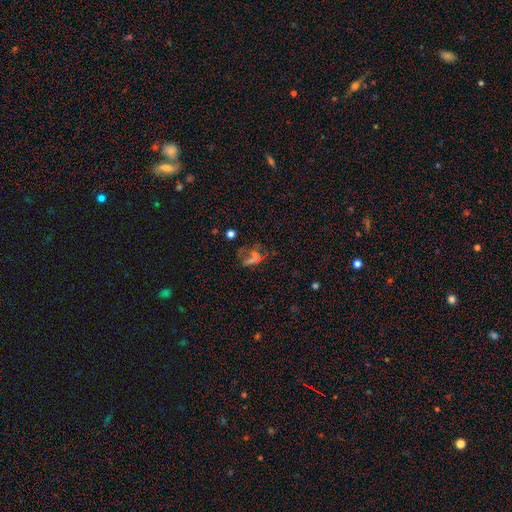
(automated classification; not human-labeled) The model was most divided on "smooth or featured": star or artifact: 44%, featured or disk: 29%, smooth: 28%.